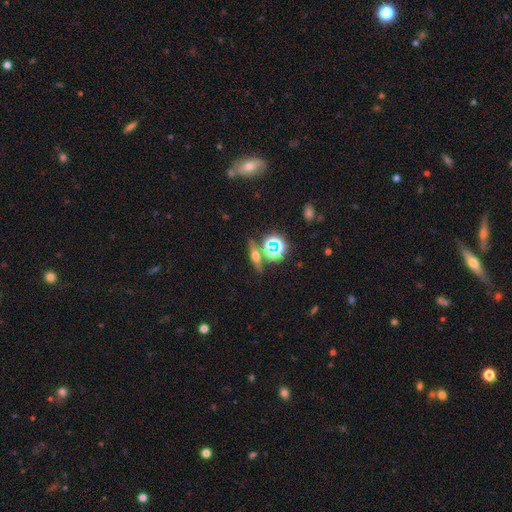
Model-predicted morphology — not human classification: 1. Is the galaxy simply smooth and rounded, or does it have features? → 41% featured or disk, 33% smooth, 25% star or artifact.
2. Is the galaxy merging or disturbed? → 80% none, 9% minor disturbance, 8% merger, 3% major disturbance.